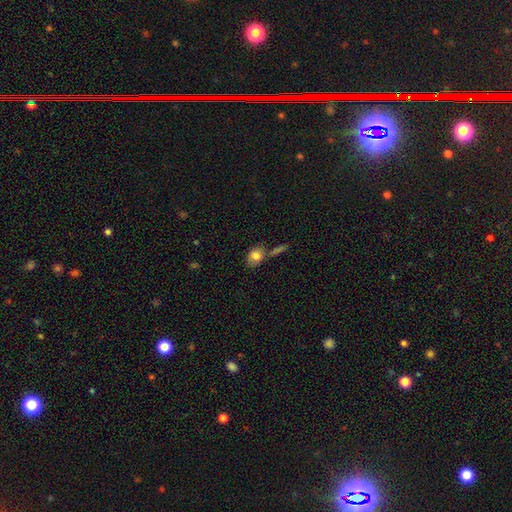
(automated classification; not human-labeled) A smooth galaxy with no disk features (80%) that is in between round and cigar-shaped (65%).

Vote fractions:
- Smooth or featured? smooth: 80% / featured or disk: 11% / star or artifact: 9%
- How rounded? in between: 65% / round: 33% / cigar-shaped: 2%
- Merging? none: 55% / merger: 20% / minor disturbance: 18% / major disturbance: 7%